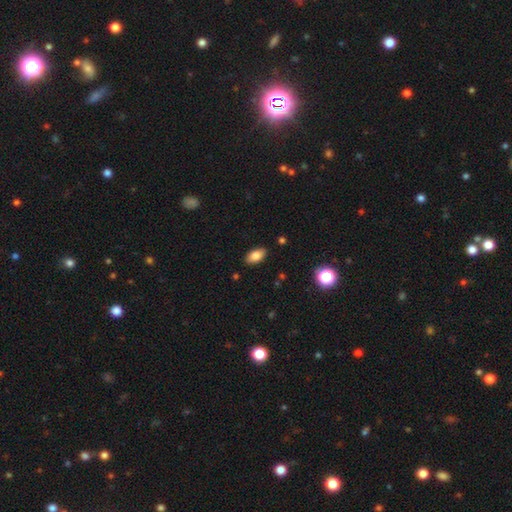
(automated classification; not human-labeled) A smooth galaxy with no disk features (82%) that is in between round and cigar-shaped (91%). Merging: none (87%).